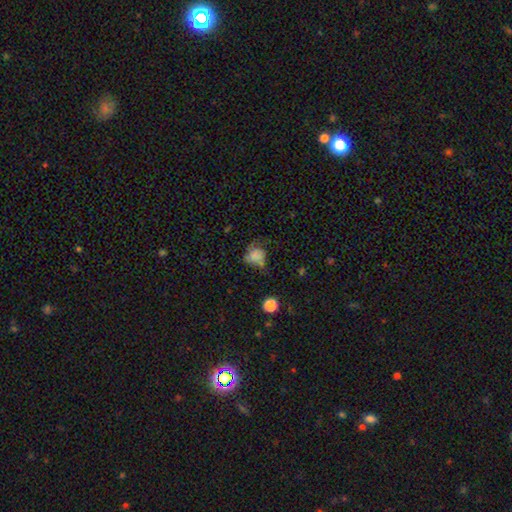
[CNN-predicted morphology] Smooth or featured? smooth (65%)
How rounded? round (52%)
Merging? none (35%)